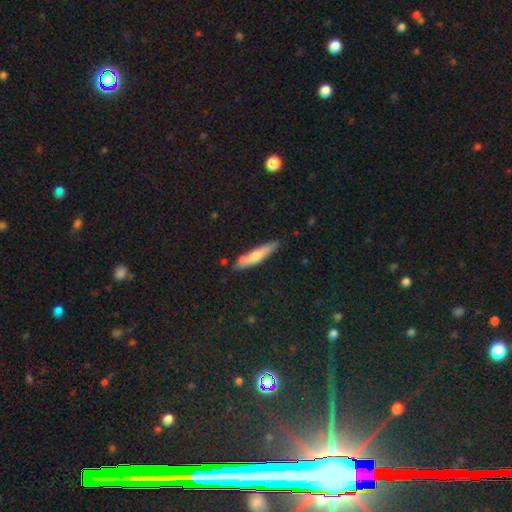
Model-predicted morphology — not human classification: The model was most divided on "smooth or featured": smooth: 57%, featured or disk: 36%, star or artifact: 7%. More confident: how rounded — cigar-shaped (86%); merging — none (78%).